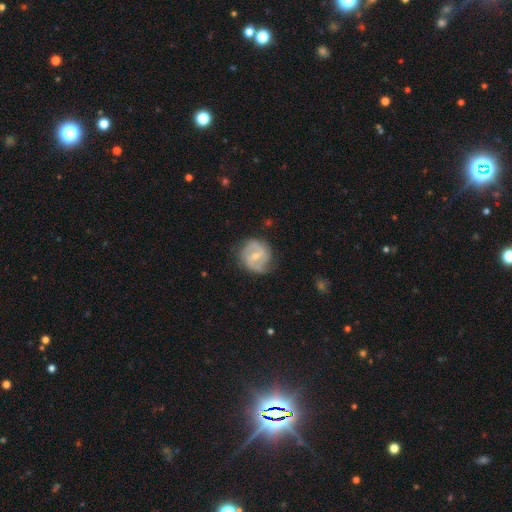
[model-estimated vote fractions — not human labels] This is likely a featured or disk galaxy (80%). It is clearly not viewed edge-on (98%). Bar: possibly weak (53%). Spiral arm pattern: clearly yes (93%). Spiral arm count: clearly 2 (84%). Spiral winding: possibly medium (51%). Central bulge: possibly small (54%). Merging: likely none (74%).